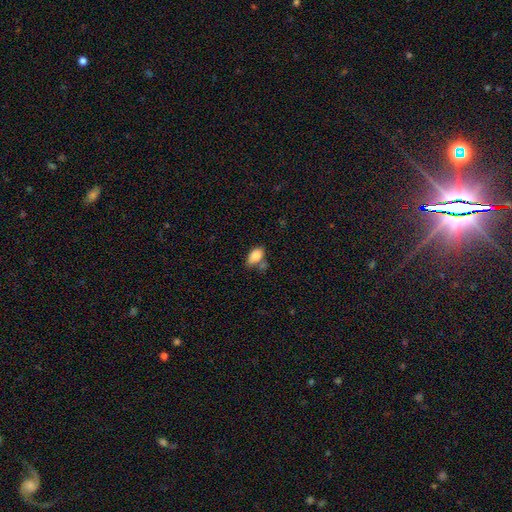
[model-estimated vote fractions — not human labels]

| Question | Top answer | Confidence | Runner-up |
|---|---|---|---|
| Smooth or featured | smooth | 84% | featured or disk (8%) |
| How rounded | in between | 91% | round (6%) |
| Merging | none | 51% | minor disturbance (23%) |